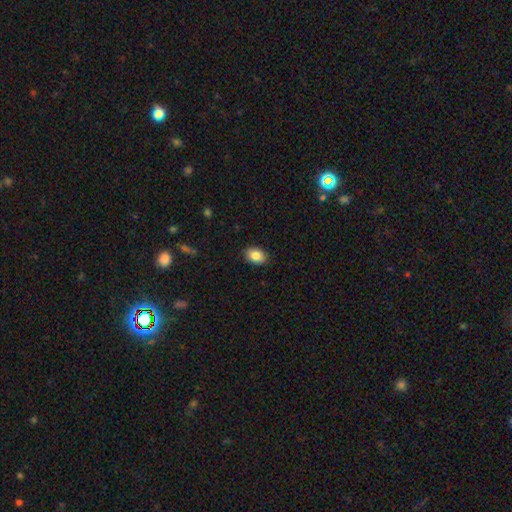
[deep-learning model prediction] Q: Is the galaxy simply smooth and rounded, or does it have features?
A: smooth — 86%.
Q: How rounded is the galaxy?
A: in between — 82%.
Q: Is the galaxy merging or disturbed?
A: none — 88%.